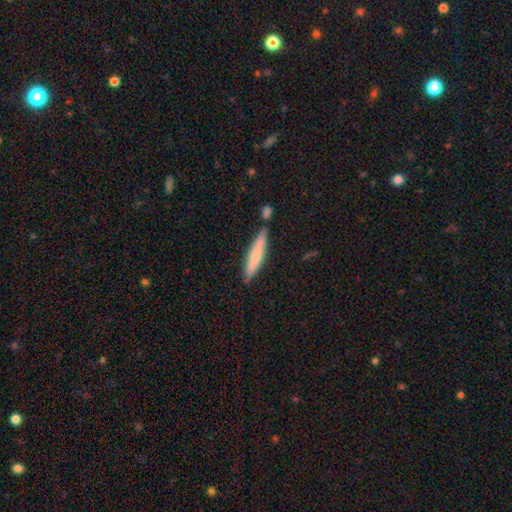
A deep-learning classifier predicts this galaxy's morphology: A smooth galaxy with no disk features (63%) that is cigar-shaped (88%). Merging: none (73%).